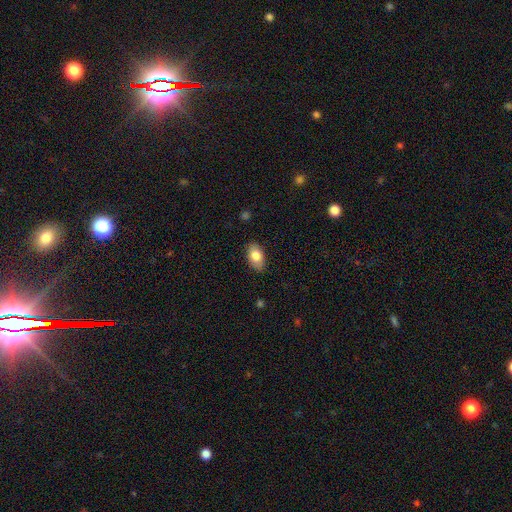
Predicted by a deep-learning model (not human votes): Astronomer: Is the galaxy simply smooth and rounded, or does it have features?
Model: smooth — 81%.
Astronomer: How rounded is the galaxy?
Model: in between — 92%.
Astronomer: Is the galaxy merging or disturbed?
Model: none — 85%.